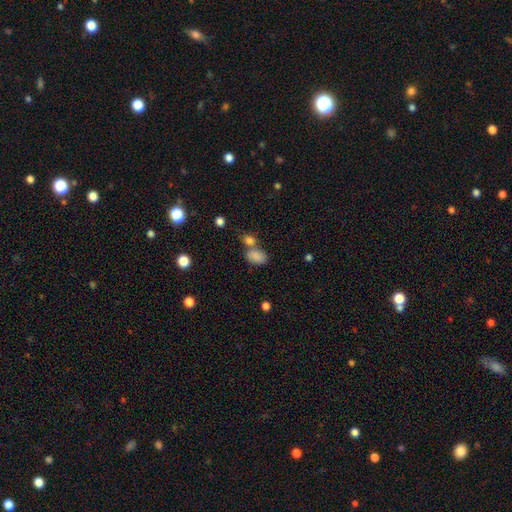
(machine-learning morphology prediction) Overall: smooth (84%). How rounded: in between (85%). Merging: none (46%; merger 35%).